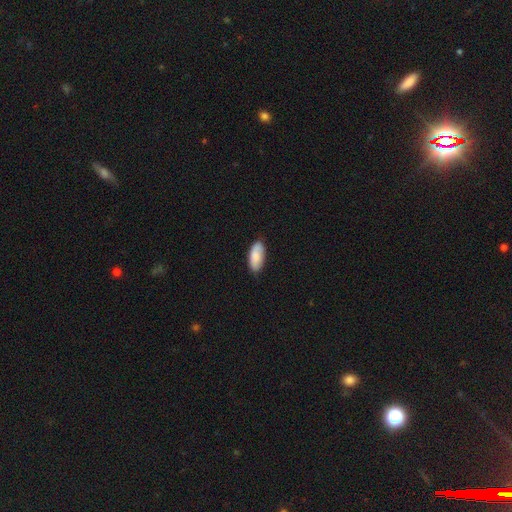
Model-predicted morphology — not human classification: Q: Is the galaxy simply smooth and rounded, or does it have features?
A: smooth — 85%.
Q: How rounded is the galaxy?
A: in between — 89%.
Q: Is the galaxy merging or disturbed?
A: none — 81%.